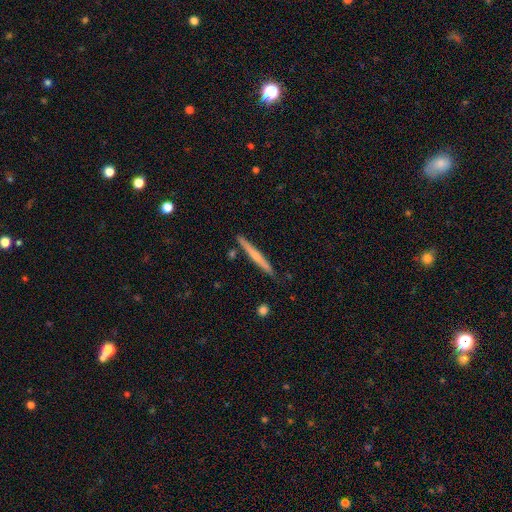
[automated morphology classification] Smooth or featured? Predicted: featured or disk (p=0.51). Edge-on disk? Predicted: yes (p=0.97). Merging? Predicted: none (p=0.86).